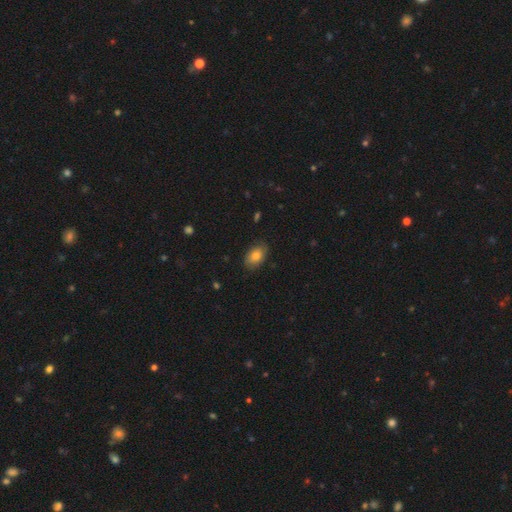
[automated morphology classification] A smooth galaxy with no disk features (73%) that is in between round and cigar-shaped (86%). Merging: none (78%).